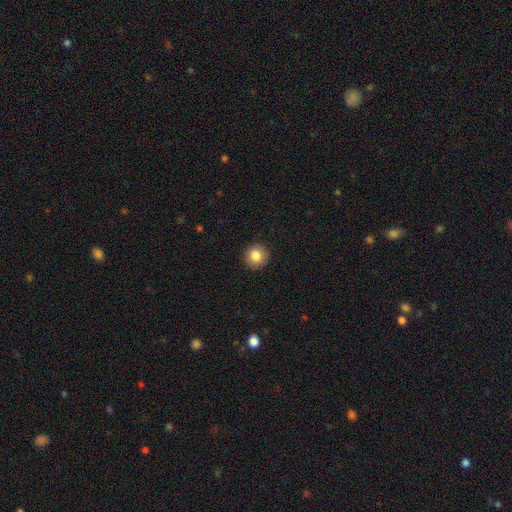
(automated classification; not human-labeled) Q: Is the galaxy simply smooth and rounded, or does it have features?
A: smooth — 84%.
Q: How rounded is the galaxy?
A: round — 91%.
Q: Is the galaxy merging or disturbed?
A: none — 91%.